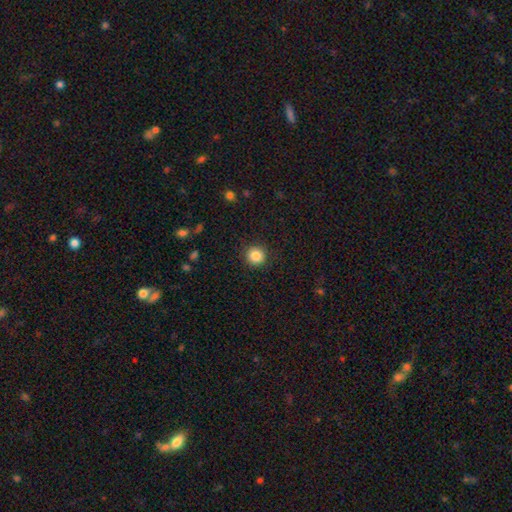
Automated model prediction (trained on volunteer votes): Smooth or featured? smooth (86%)
How rounded? round (94%)
Merging? none (91%)